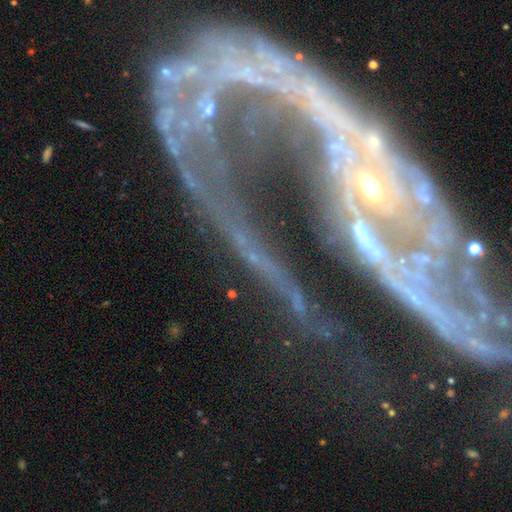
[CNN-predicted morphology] smooth-or-featured: featured or disk: 65% | star or artifact: 22% | smooth: 13%
  disk-edge-on: no: 79% | yes: 21%
    bar: no: 47% | strong: 28% | weak: 25%
    has-spiral-arms: yes: 72% | no: 28%
    bulge-size: small: 47% | moderate: 35% | none: 8% | large: 6% | dominant: 3%
  merging: none: 34% | major disturbance: 31% | merger: 21% | minor disturbance: 15%